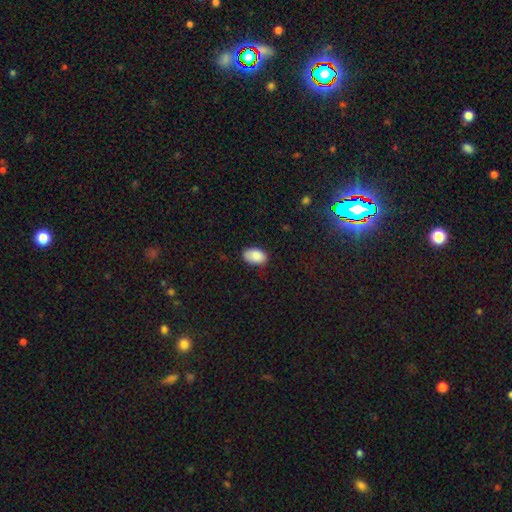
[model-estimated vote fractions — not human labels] Smooth or featured?
  - smooth: 89% *
  - star or artifact: 7%
  - featured or disk: 4%
How rounded?
  - in between: 93% *
  - round: 6%
  - cigar-shaped: 1%
Merging?
  - none: 81% *
  - minor disturbance: 15%
  - major disturbance: 3%
  - merger: 1%